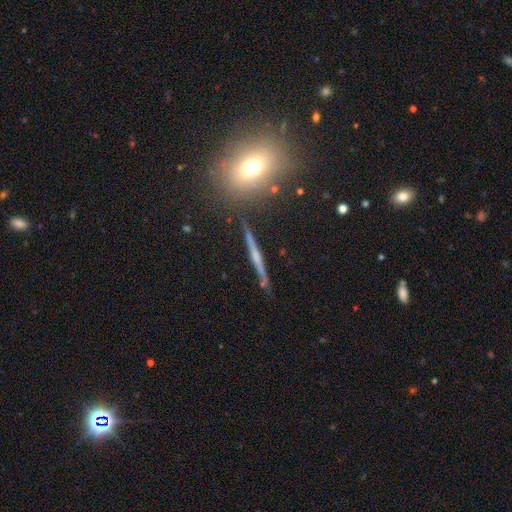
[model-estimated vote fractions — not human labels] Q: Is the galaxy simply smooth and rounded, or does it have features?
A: featured or disk — 68%.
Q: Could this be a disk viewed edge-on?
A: yes — 97%.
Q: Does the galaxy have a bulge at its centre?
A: none — 44%, tied with rounded.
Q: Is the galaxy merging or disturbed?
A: none — 87%.